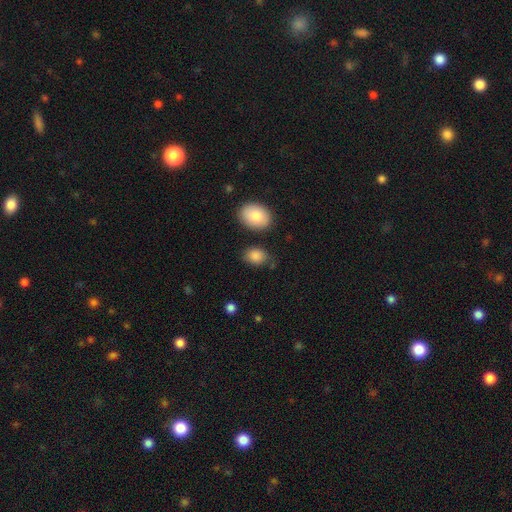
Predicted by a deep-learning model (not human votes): smooth-or-featured: smooth: 86% | star or artifact: 8% | featured or disk: 6%
  how-rounded: in between: 75% | round: 24% | cigar-shaped: 1%
  merging: none: 73% | minor disturbance: 17% | merger: 5% | major disturbance: 4%